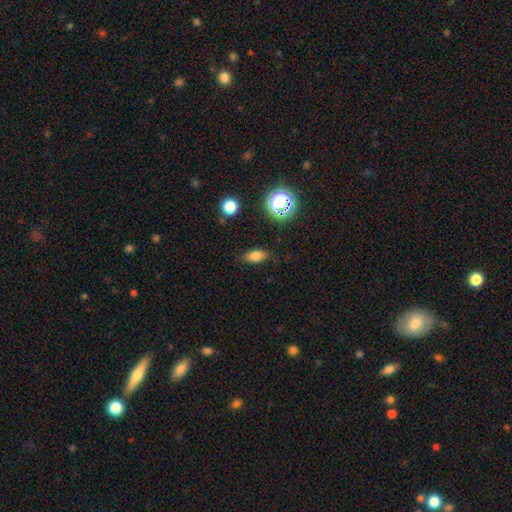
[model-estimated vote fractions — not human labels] A smooth galaxy with no disk features (76%) that is in between round and cigar-shaped (81%).

Vote fractions:
- Smooth or featured? smooth: 76% / star or artifact: 14% / featured or disk: 10%
- How rounded? in between: 81% / cigar-shaped: 10% / round: 9%
- Merging? none: 82% / minor disturbance: 13% / major disturbance: 3% / merger: 1%